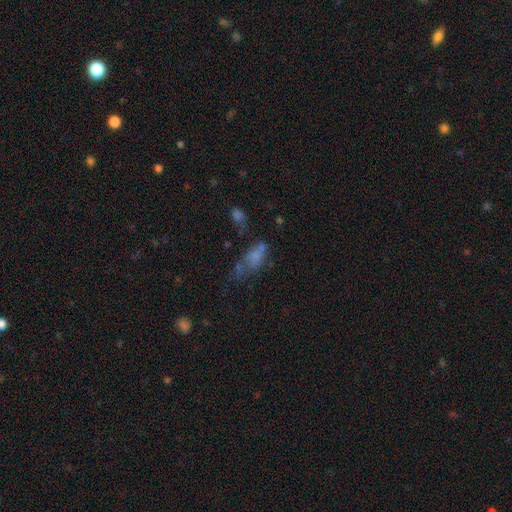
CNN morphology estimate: smooth 58%, featured or disk 26%, star or artifact 16%. Down the decision tree: how rounded — in between (77%); merging — none (30%).